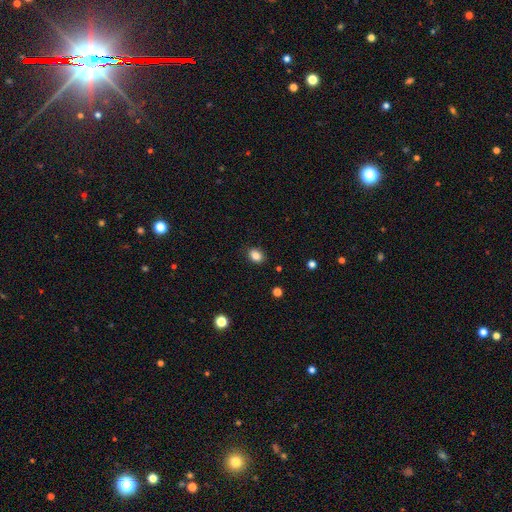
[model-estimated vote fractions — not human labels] Overall: smooth (85%). How rounded: in between (58%; round 41%). Merging: none (87%).